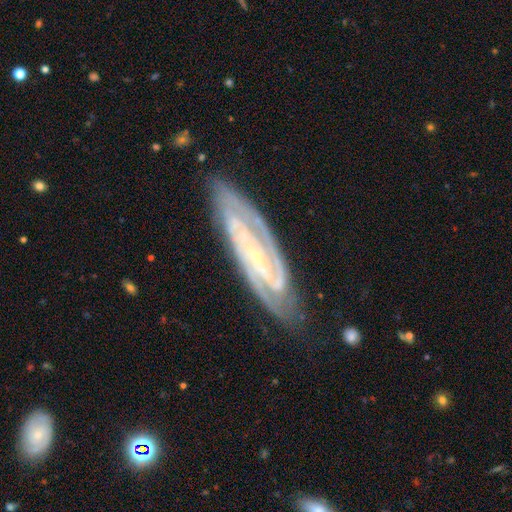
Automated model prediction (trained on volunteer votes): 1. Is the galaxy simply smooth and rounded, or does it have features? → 89% featured or disk, 6% smooth, 5% star or artifact.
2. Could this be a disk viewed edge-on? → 89% no, 11% yes.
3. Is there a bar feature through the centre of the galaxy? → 39% no, 33% weak, 28% strong.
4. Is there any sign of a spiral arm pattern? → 98% yes, 2% no.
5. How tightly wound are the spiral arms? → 64% tight, 30% medium, 5% loose.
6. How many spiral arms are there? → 57% 2, 17% 3, 13% can't tell, 5% 4, 4% 1, 4% more than 4.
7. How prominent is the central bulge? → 84% small, 11% moderate, 3% none, 1% large, 1% dominant.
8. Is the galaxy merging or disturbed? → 80% none, 15% minor disturbance, 4% major disturbance, 2% merger.